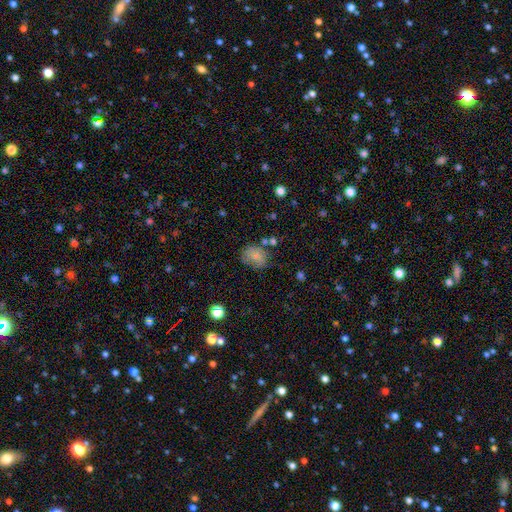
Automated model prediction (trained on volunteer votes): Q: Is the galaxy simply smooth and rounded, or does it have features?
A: smooth — 74%.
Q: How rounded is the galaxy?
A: round — 56%.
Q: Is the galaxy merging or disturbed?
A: none — 55%.